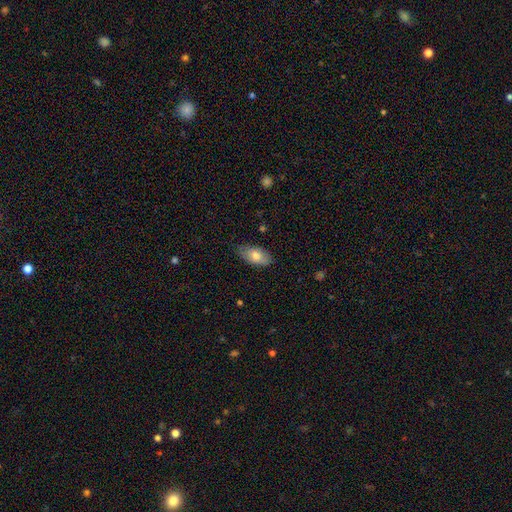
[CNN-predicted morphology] Smooth or featured? Predicted: smooth (p=0.75). How rounded? Predicted: in between (p=0.92). Merging? Predicted: none (p=0.74).